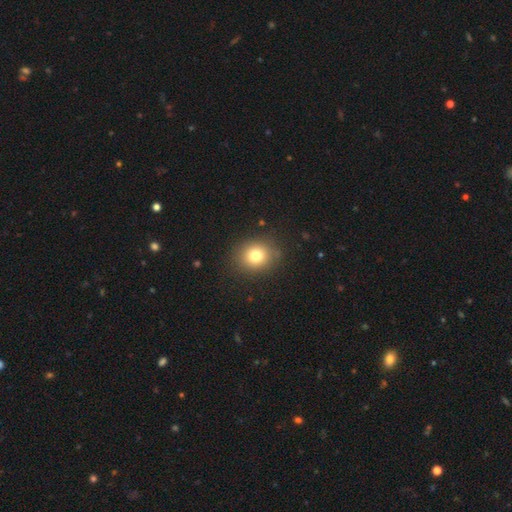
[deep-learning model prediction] The model was most divided on "how rounded": round: 74%, in between: 25%, cigar-shaped: 1%. More confident: merging — none (85%); smooth or featured — smooth (78%).